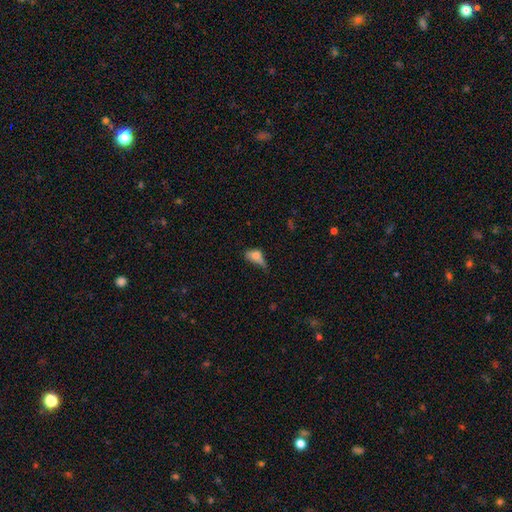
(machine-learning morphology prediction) This appears to be a smooth galaxy with no disk features (68%) that is in between round and cigar-shaped (76%). Merging: major disturbance (37%).